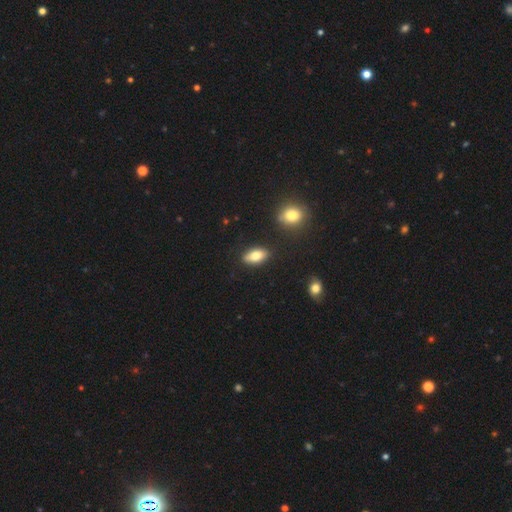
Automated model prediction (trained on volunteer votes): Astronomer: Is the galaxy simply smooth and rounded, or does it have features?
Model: smooth — 80%.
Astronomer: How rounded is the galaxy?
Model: in between — 89%.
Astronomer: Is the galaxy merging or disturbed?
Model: none — 86%.